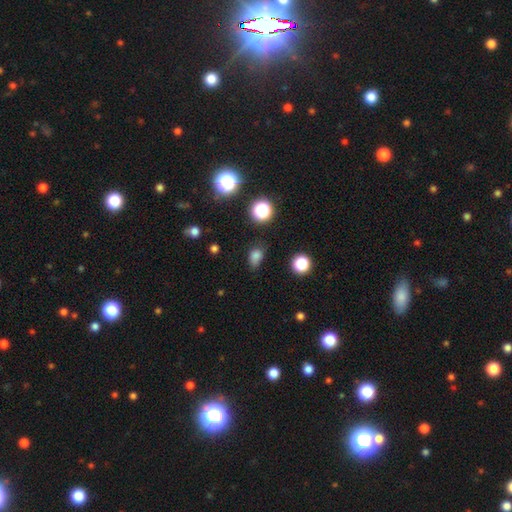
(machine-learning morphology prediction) smooth_or_featured: smooth (p=0.76) [alt: star or artifact p=0.18]
how_rounded: in between (p=0.64) [alt: round p=0.34]
merging: none (p=0.59) [alt: minor disturbance p=0.29]